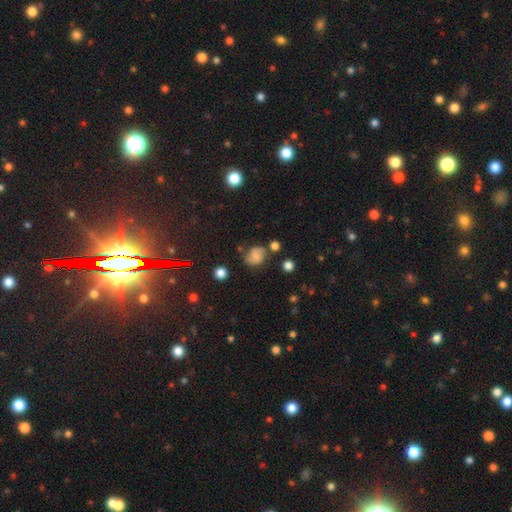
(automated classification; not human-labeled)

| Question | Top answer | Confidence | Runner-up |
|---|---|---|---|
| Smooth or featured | smooth | 66% | featured or disk (19%) |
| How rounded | round | 57% | in between (42%) |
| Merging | none | 58% | minor disturbance (23%) |